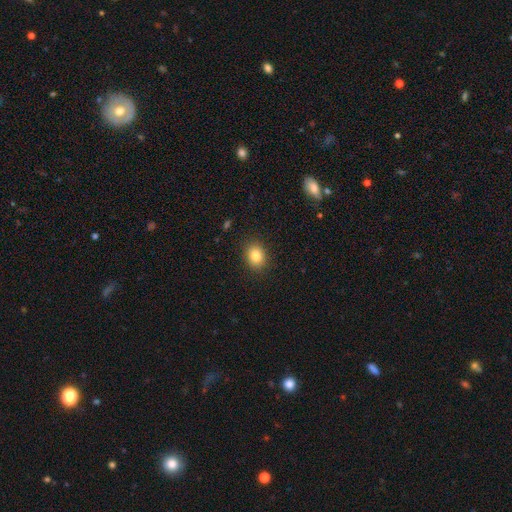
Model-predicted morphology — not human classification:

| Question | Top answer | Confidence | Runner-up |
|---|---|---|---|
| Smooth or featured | smooth | 83% | star or artifact (10%) |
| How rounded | round | 51% | in between (48%) |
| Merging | none | 89% | minor disturbance (8%) |